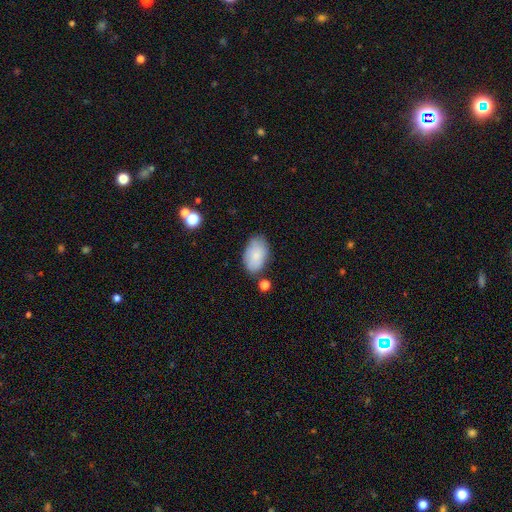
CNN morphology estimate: The model was most divided on "merging": none: 71%, minor disturbance: 19%, merger: 5%, major disturbance: 5%. More confident: how rounded — in between (92%); smooth or featured — smooth (82%).